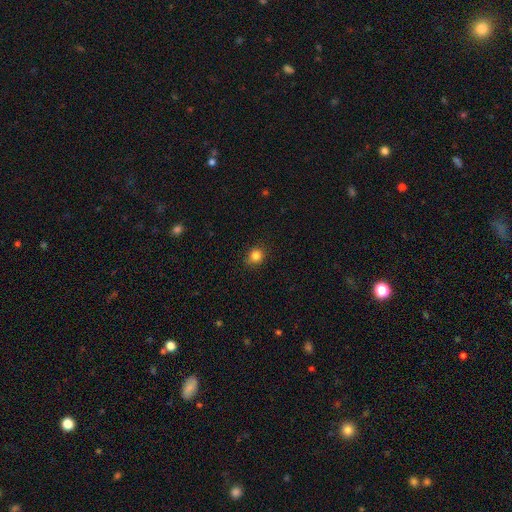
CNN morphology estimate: A smooth galaxy with no disk features (84%) that is round (78%). Merging: none (86%).